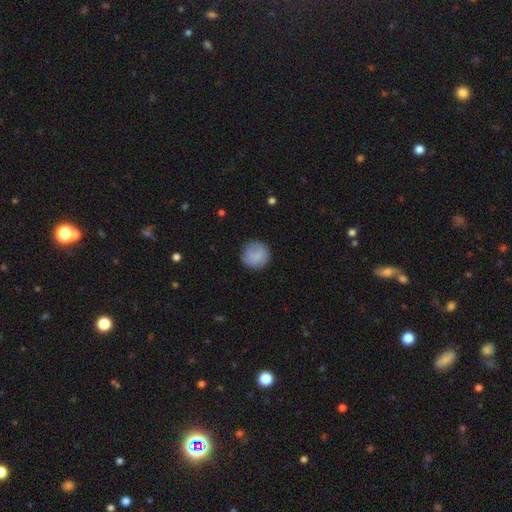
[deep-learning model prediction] Smooth or featured: smooth — 82% (featured or disk — 10%)
How rounded: round — 93% (in between — 6%)
Merging: none — 82% (minor disturbance — 13%)